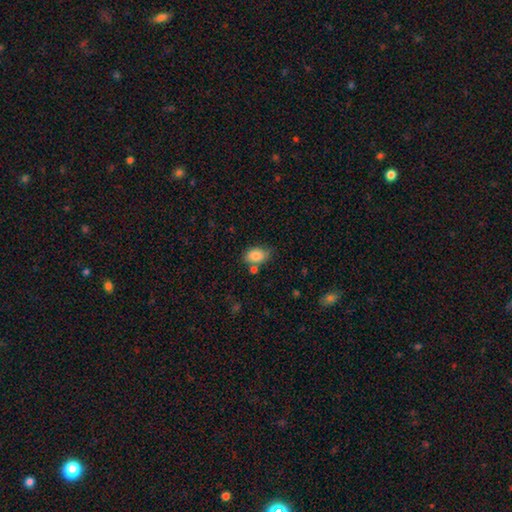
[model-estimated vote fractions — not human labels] This appears to be a smooth galaxy with no disk features (85%) that is in between round and cigar-shaped (83%). Merging: none (66%).